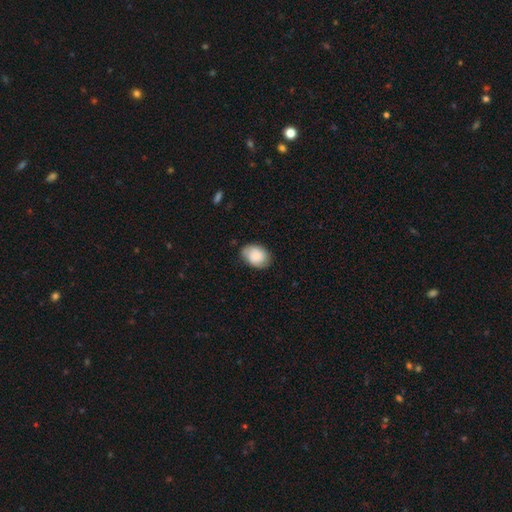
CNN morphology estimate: type=smooth (80%); roundness=in between (77%); merging=none (75%).